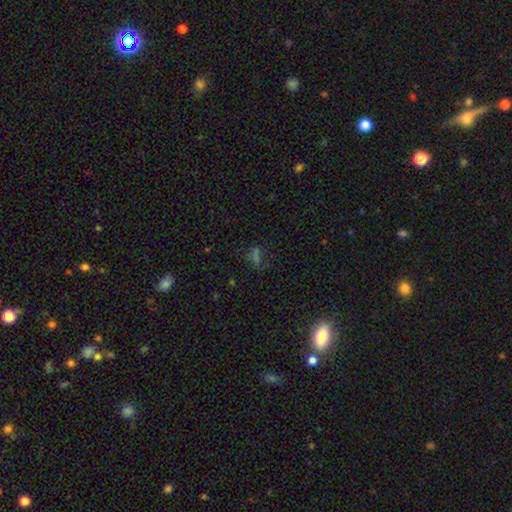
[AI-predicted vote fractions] This appears to be a smooth galaxy with no disk features (44%). Merging: none (61%).